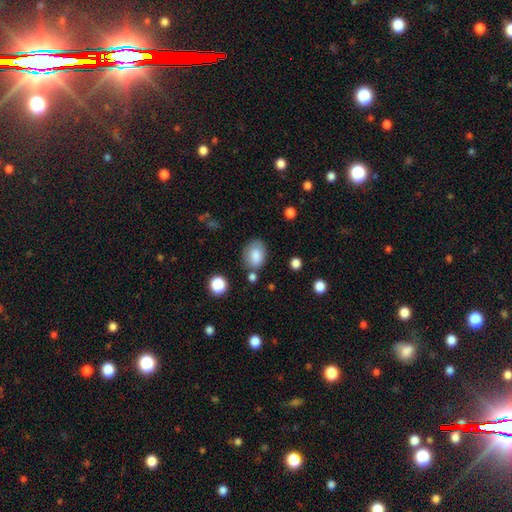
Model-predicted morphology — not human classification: smooth_or_featured: smooth (p=0.83) [alt: star or artifact p=0.08]
how_rounded: in between (p=0.73) [alt: round p=0.25]
merging: none (p=0.69) [alt: minor disturbance p=0.19]